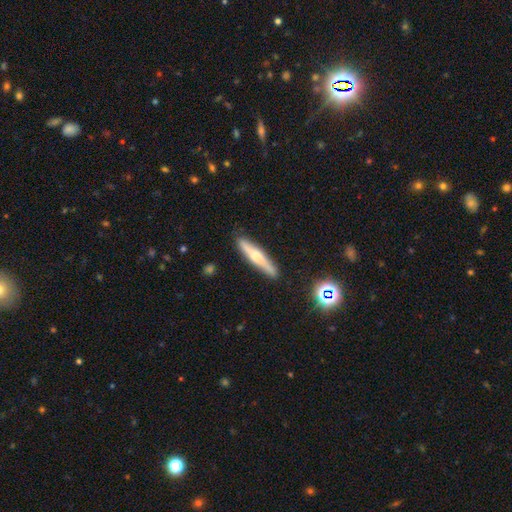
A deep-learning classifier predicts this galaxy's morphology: Smooth or featured? Predicted: smooth (p=0.49). Merging? Predicted: none (p=0.86).